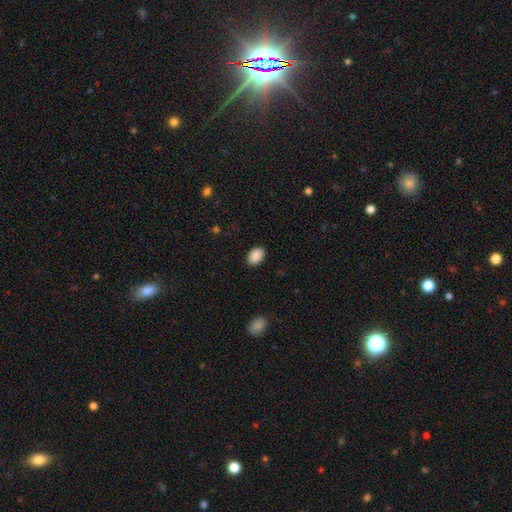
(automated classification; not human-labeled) A smooth galaxy with no disk features (90%) that is in between round and cigar-shaped (84%). Merging: none (88%).